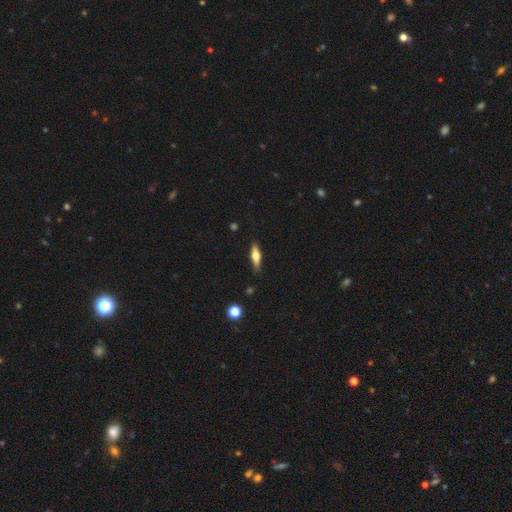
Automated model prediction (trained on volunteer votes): Smooth or featured? Predicted: smooth (p=0.49). Merging? Predicted: none (p=0.85).